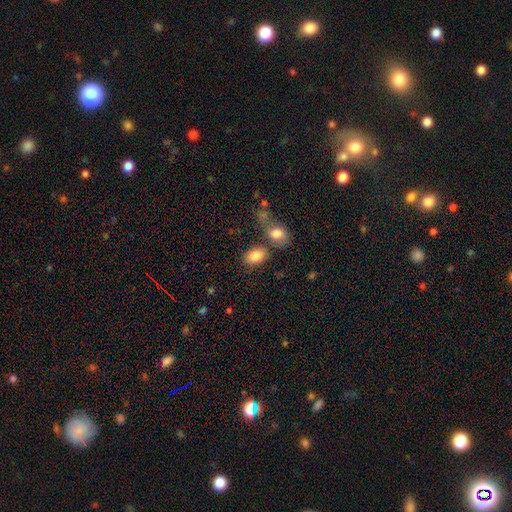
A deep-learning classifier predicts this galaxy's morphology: Smooth or featured: smooth — 83% (featured or disk — 9%)
How rounded: in between — 86% (round — 12%)
Merging: none — 61% (merger — 23%)